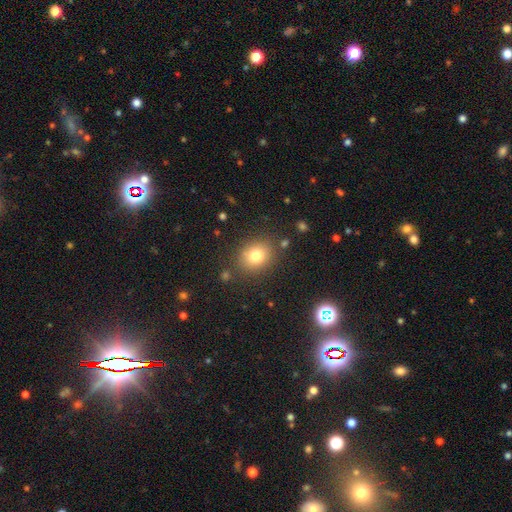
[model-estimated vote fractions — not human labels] Overall: smooth (78%). How rounded: round (65%; in between 34%). Merging: none (82%).